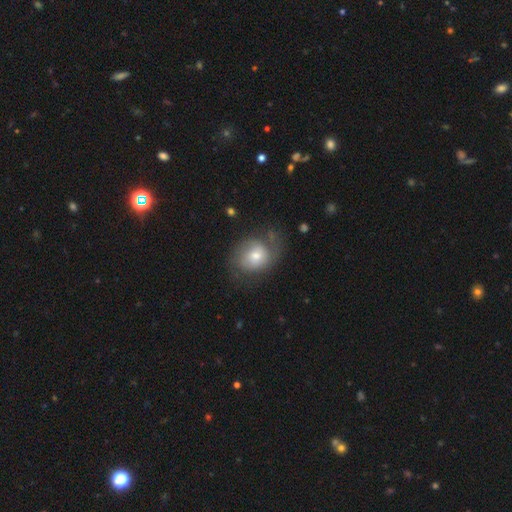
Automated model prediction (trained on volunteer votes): A featured or disk galaxy (48%). Merging: none (54%).